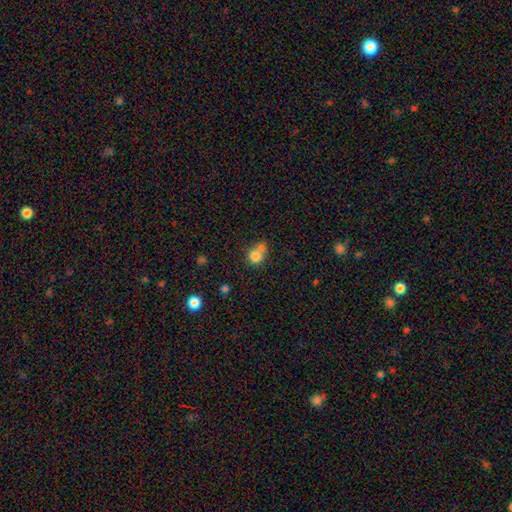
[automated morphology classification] The model was most divided on "merging": merger: 49%, none: 39%, minor disturbance: 8%, major disturbance: 4%. More confident: how rounded — round (83%); smooth or featured — smooth (79%).